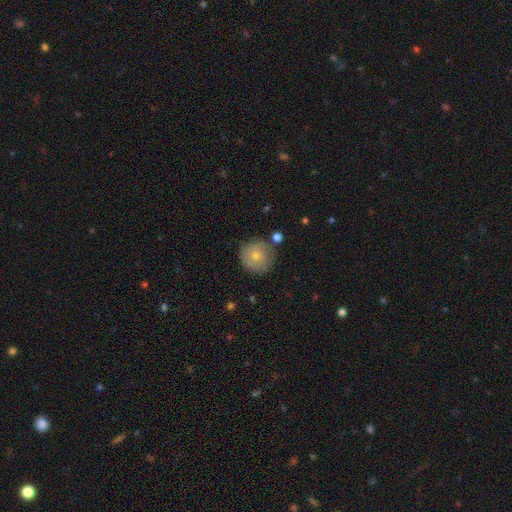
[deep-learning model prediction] Smooth or featured?
  - smooth: 72% *
  - featured or disk: 21%
  - star or artifact: 7%
How rounded?
  - round: 94% *
  - in between: 5%
  - cigar-shaped: 1%
Merging?
  - none: 74% *
  - minor disturbance: 17%
  - merger: 5%
  - major disturbance: 4%